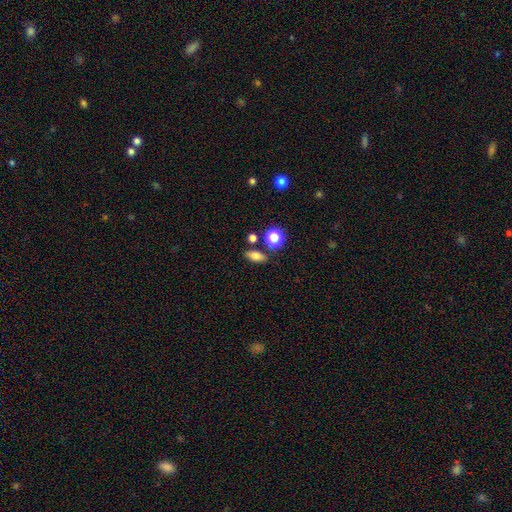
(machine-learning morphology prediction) smooth 73%, featured or disk 14%, star or artifact 13%. Down the decision tree: how rounded — in between (76%); merging — none (79%).